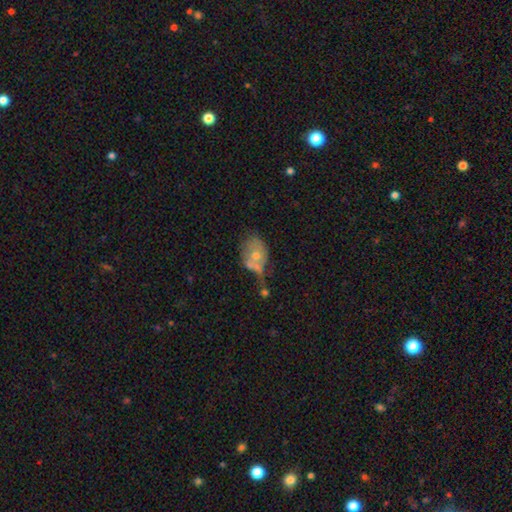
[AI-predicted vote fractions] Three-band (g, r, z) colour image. It shows a smooth galaxy with no disk features (48%). Merging: merger (32%).